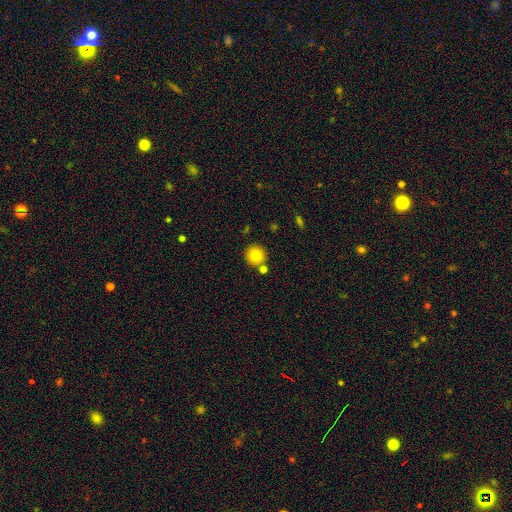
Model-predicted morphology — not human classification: Smooth or featured? Predicted: smooth (p=0.80). How rounded? Predicted: round (p=0.94). Merging? Predicted: none (p=0.80).